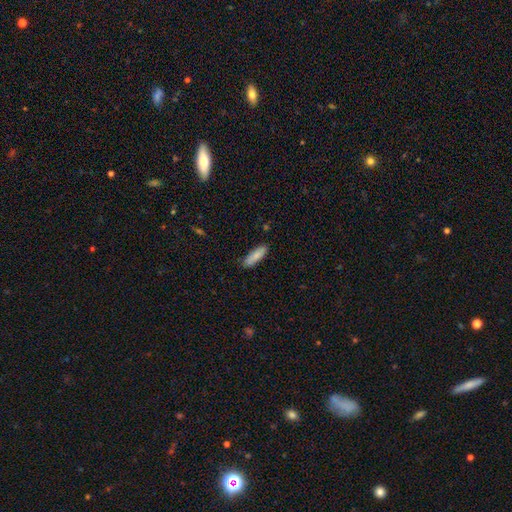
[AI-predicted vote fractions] smooth_or_featured: smooth (p=0.84) [alt: featured or disk p=0.10]
how_rounded: cigar-shaped (p=0.61) [alt: in between p=0.37]
merging: none (p=0.84) [alt: minor disturbance p=0.13]